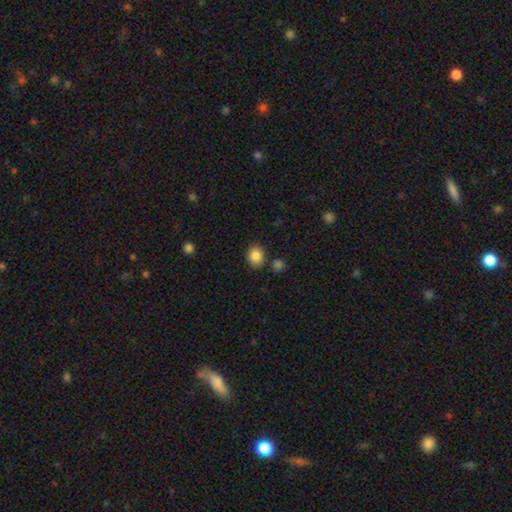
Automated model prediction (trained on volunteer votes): Overall: smooth (85%). How rounded: round (62%; in between 37%). Merging: none (80%).